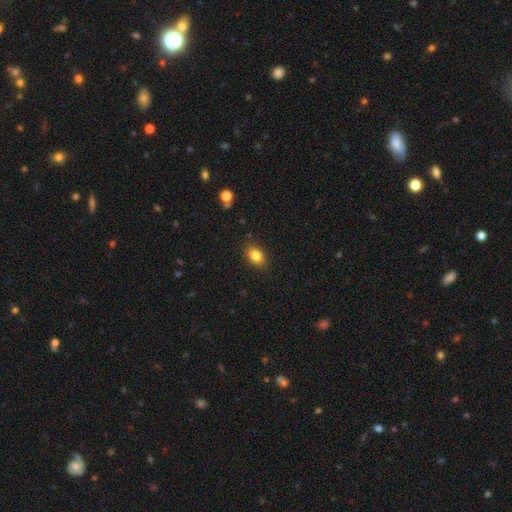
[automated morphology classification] Smooth or featured: smooth — 83% (star or artifact — 9%)
How rounded: in between — 79% (round — 19%)
Merging: none — 86% (minor disturbance — 10%)